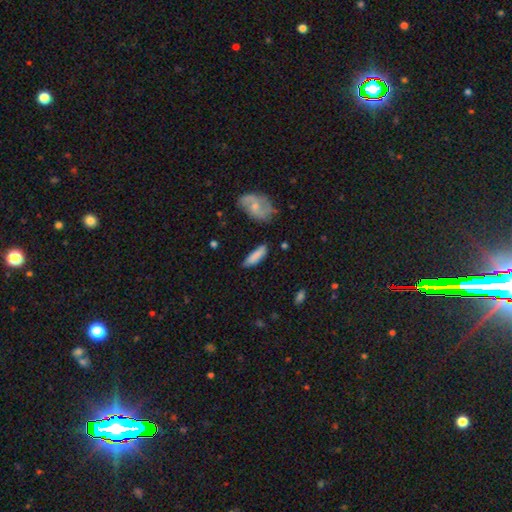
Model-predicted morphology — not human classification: Overall: smooth (80%). How rounded: cigar-shaped (59%; in between 38%). Merging: none (76%).